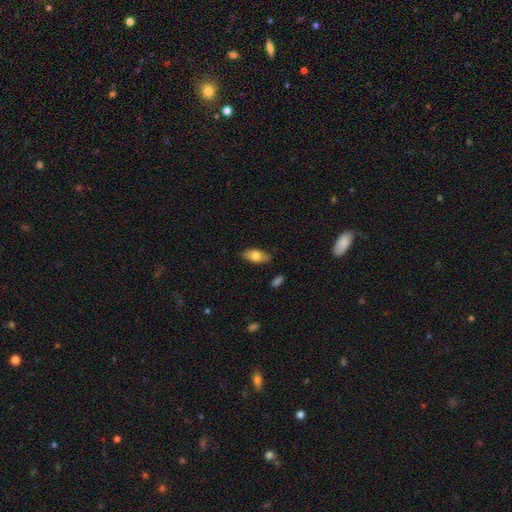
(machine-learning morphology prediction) Overall: smooth (76%). How rounded: in between (88%). Merging: none (85%).